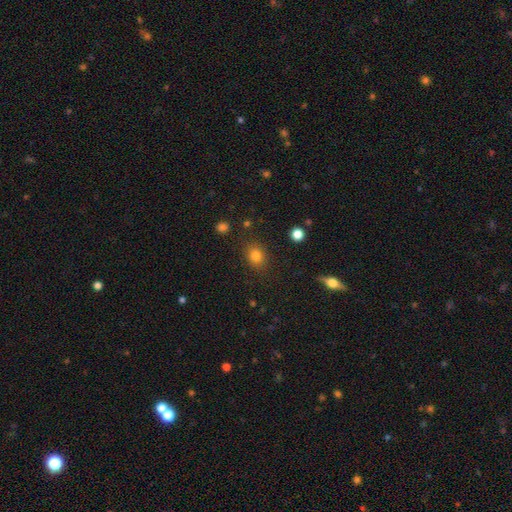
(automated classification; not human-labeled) smooth-or-featured: smooth: 81% | star or artifact: 12% | featured or disk: 6%
  how-rounded: round: 58% | in between: 41% | cigar-shaped: 1%
  merging: none: 85% | minor disturbance: 10% | major disturbance: 3% | merger: 2%